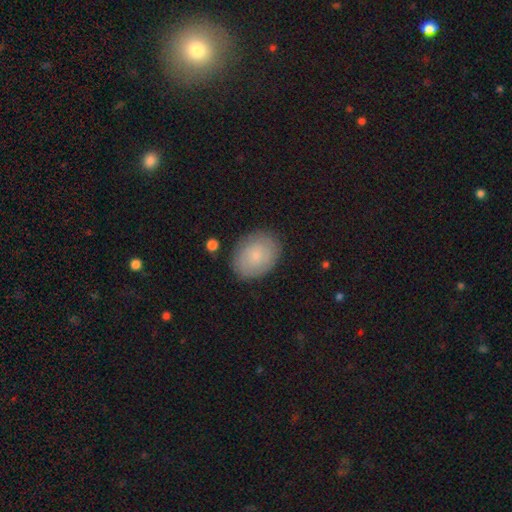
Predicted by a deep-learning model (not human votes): Smooth or featured?
  - smooth: 68% *
  - featured or disk: 24%
  - star or artifact: 8%
How rounded?
  - in between: 70% *
  - round: 29%
  - cigar-shaped: 1%
Merging?
  - none: 84% *
  - minor disturbance: 12%
  - major disturbance: 3%
  - merger: 1%